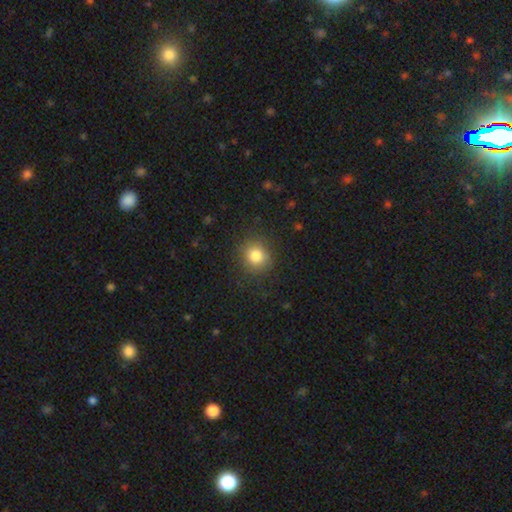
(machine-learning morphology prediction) smooth_or_featured: smooth (p=0.82) [alt: star or artifact p=0.11]
how_rounded: round (p=0.86) [alt: in between p=0.14]
merging: none (p=0.85) [alt: minor disturbance p=0.10]